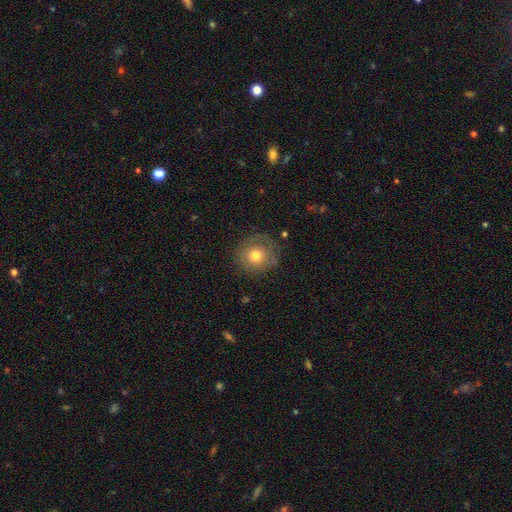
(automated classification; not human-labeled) smooth 68%, featured or disk 22%, star or artifact 10%. Down the decision tree: how rounded — round (92%); merging — none (77%).